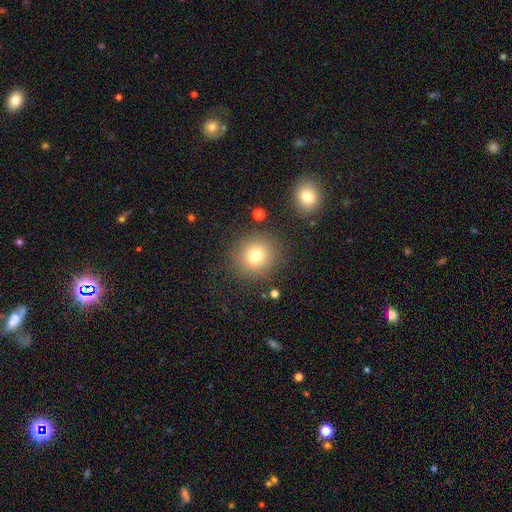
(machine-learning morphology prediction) Smooth or featured?
  - smooth: 75% *
  - star or artifact: 14%
  - featured or disk: 10%
How rounded?
  - round: 91% *
  - in between: 8%
  - cigar-shaped: 1%
Merging?
  - none: 85% *
  - minor disturbance: 8%
  - major disturbance: 4%
  - merger: 3%